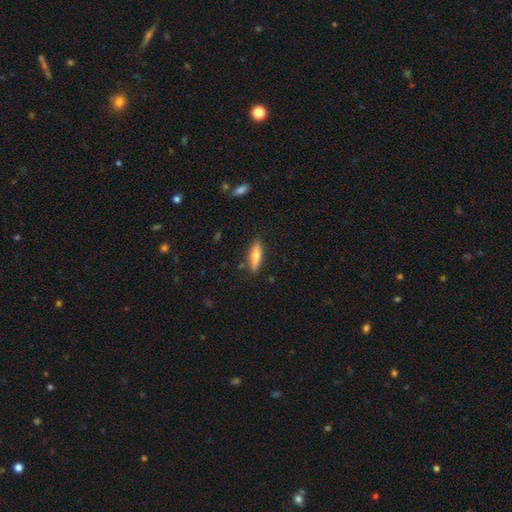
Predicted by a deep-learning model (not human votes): Q: Smooth or featured?
A: smooth (75%); runner-up: featured or disk (19%)
Q: How rounded?
A: cigar-shaped (59%); runner-up: in between (39%)
Q: Merging?
A: none (85%); runner-up: minor disturbance (10%)